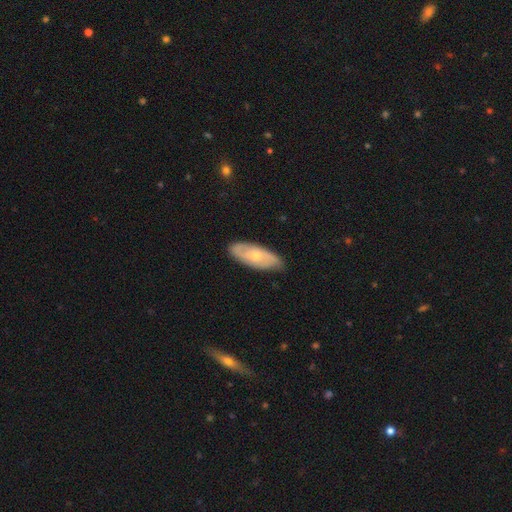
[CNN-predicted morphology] smooth_or_featured: featured or disk (p=0.52) [alt: smooth p=0.43]
disk_edge_on: no (p=0.83) [alt: yes p=0.17]
merging: none (p=0.82) [alt: minor disturbance p=0.15]